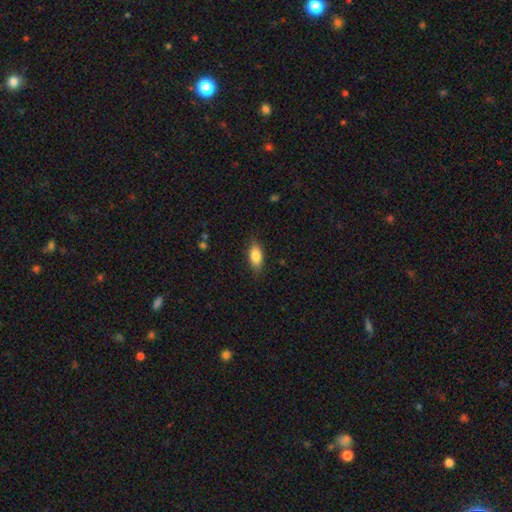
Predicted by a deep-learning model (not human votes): Overall: smooth (84%). How rounded: in between (87%). Merging: none (82%).